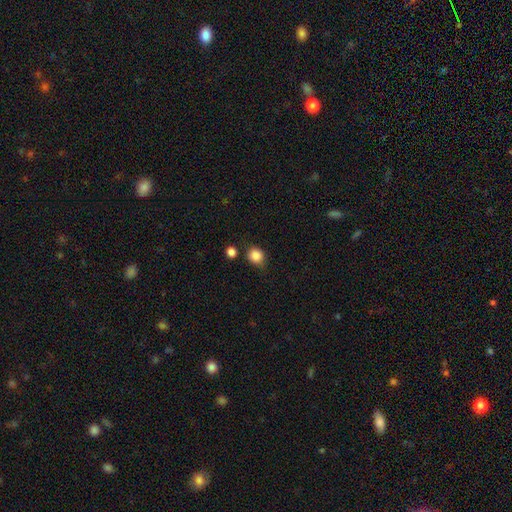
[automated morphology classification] smooth_or_featured: smooth (p=0.86) [alt: star or artifact p=0.10]
how_rounded: round (p=0.73) [alt: in between p=0.26]
merging: none (p=0.72) [alt: minor disturbance p=0.17]